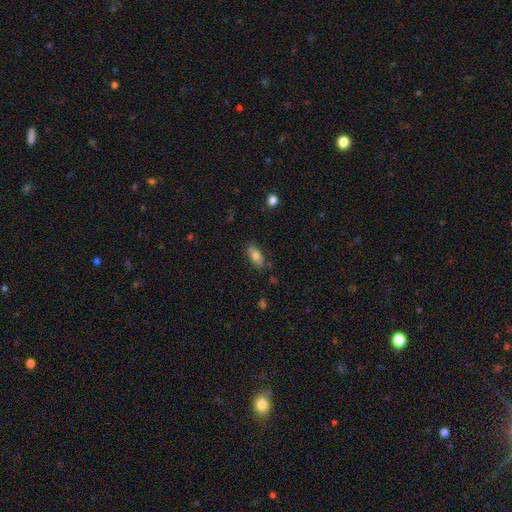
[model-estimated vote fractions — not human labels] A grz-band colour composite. It shows a smooth galaxy with no disk features (74%) that is in between round and cigar-shaped (87%). Merging: none (80%).